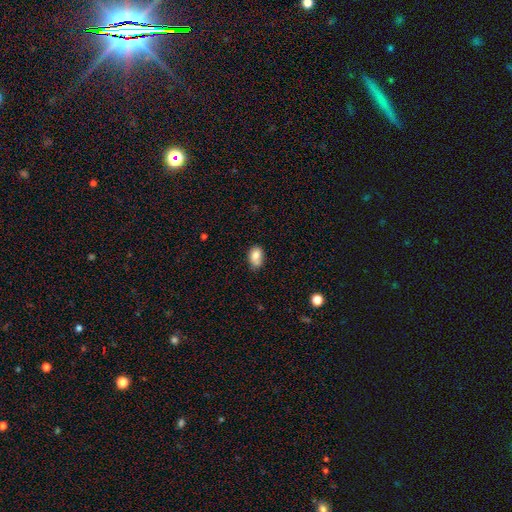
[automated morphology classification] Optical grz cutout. It shows a smooth galaxy with no disk features (79%) that is in between round and cigar-shaped (81%). Merging: none (56%).